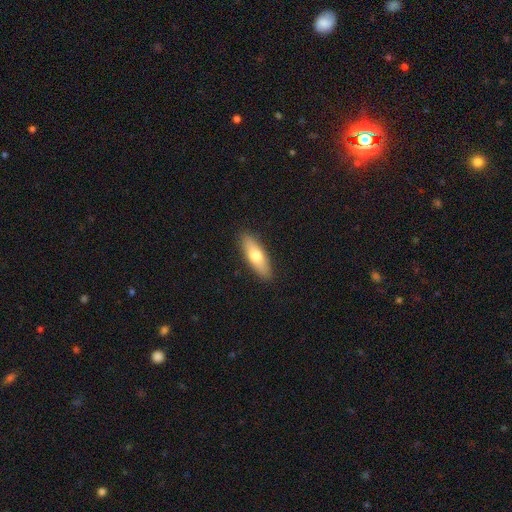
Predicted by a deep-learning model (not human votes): Smooth or featured?
  - smooth: 68% *
  - featured or disk: 26%
  - star or artifact: 6%
How rounded?
  - in between: 52% *
  - cigar-shaped: 45%
  - round: 2%
Merging?
  - none: 89% *
  - minor disturbance: 8%
  - major disturbance: 2%
  - merger: 1%